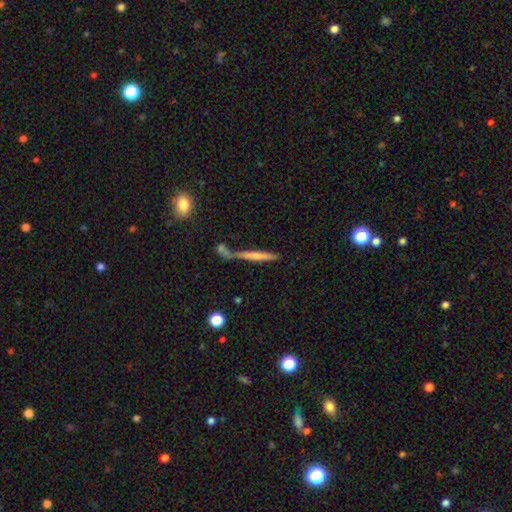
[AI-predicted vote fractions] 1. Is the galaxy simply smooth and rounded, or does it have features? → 57% smooth, 35% featured or disk, 8% star or artifact.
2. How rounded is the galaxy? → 93% cigar-shaped, 5% in between, 2% round.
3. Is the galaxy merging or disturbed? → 52% none, 27% merger, 14% minor disturbance, 7% major disturbance.